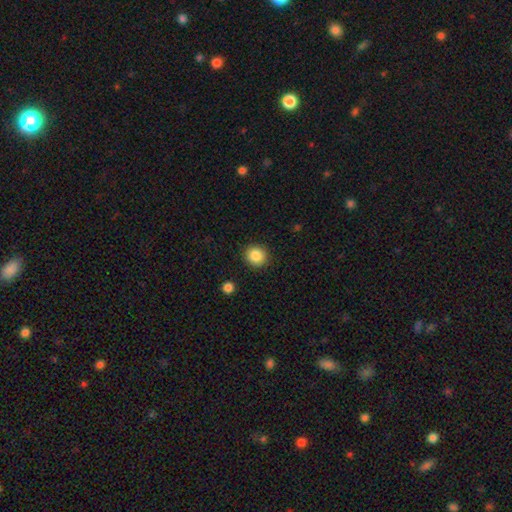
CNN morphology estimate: Smooth or featured? smooth (86%)
How rounded? round (87%)
Merging? none (91%)